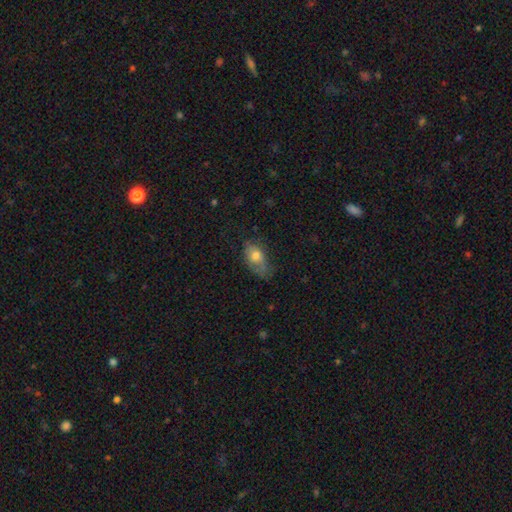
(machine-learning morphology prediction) Smooth or featured? smooth (71%)
How rounded? in between (86%)
Merging? none (46%)